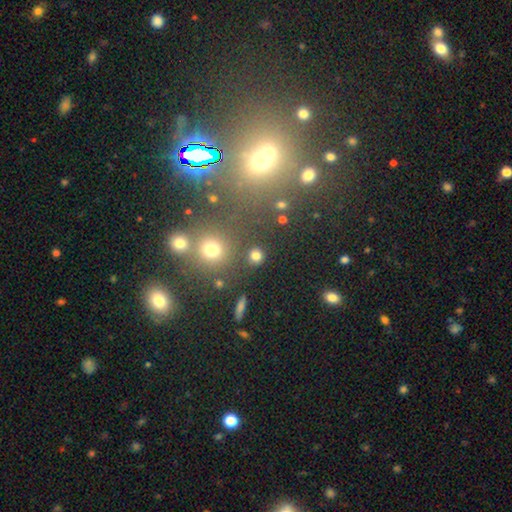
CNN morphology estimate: Smooth or featured? smooth (78%)
How rounded? round (90%)
Merging? none (86%)